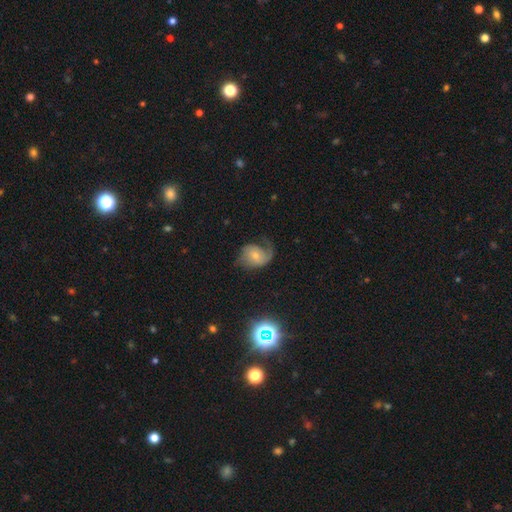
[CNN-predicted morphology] This is likely a featured or disk galaxy (67%). It is clearly not viewed edge-on (97%). Bar: possibly no (60%). Spiral arm pattern: clearly yes (90%). Spiral arm count: possibly 2 (47%). Spiral winding: possibly loose (48%). Central bulge: possibly small (56%). Merging: marginally none (44%).